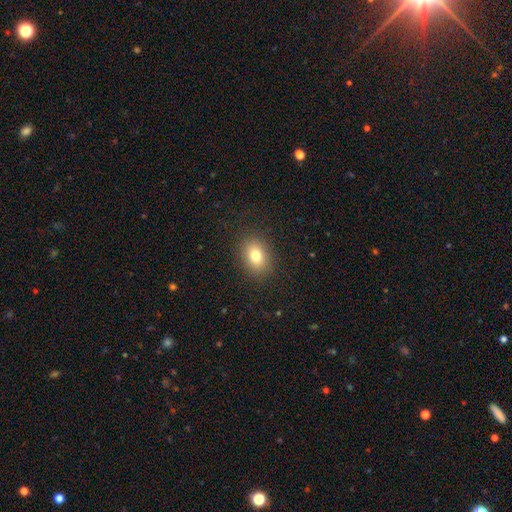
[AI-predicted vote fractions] This appears to be a smooth galaxy with no disk features (79%) that is in between round and cigar-shaped (59%). Merging: none (88%).